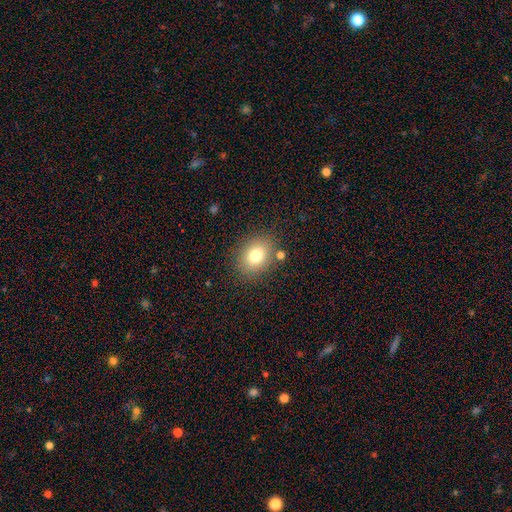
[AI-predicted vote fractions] Smooth or featured: smooth — 78% (star or artifact — 11%)
How rounded: in between — 55% (round — 44%)
Merging: none — 80% (minor disturbance — 11%)